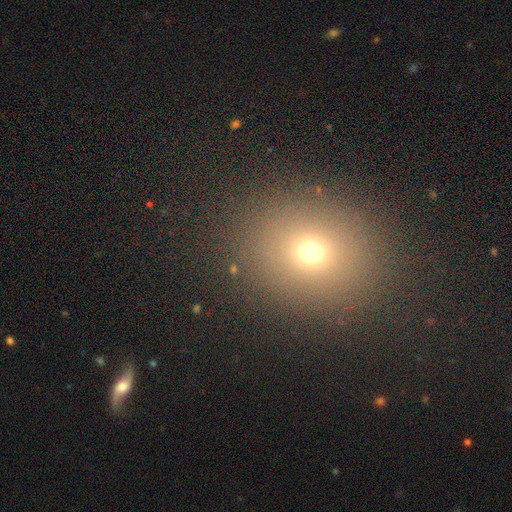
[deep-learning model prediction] Smooth or featured? Predicted: smooth (p=0.66). How rounded? Predicted: round (p=0.61). Merging? Predicted: none (p=0.89).